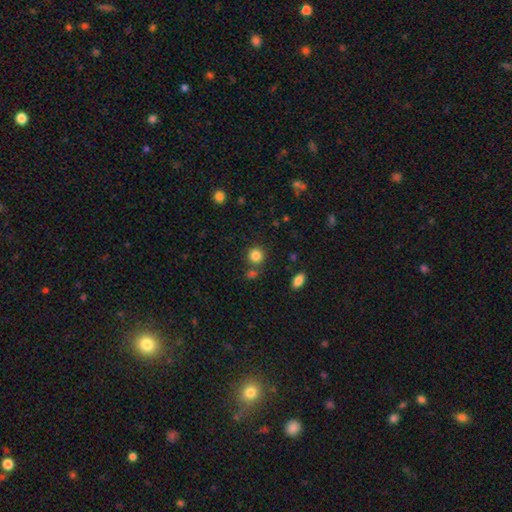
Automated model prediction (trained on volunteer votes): Smooth or featured: smooth — 84% (star or artifact — 11%)
How rounded: round — 88% (in between — 11%)
Merging: none — 75% (merger — 12%)